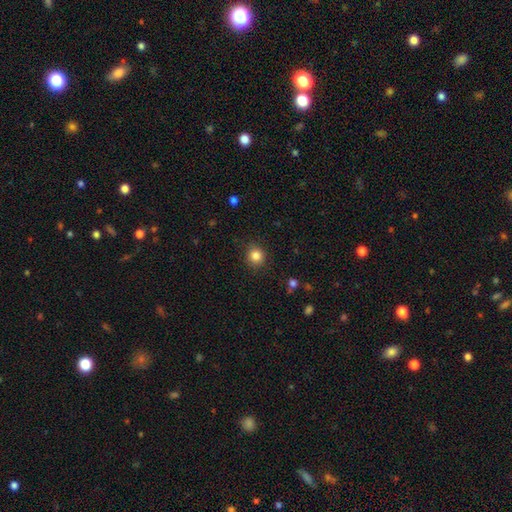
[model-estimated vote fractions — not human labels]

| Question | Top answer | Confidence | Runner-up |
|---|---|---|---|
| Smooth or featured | smooth | 85% | star or artifact (11%) |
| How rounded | round | 89% | in between (10%) |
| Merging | none | 88% | minor disturbance (8%) |